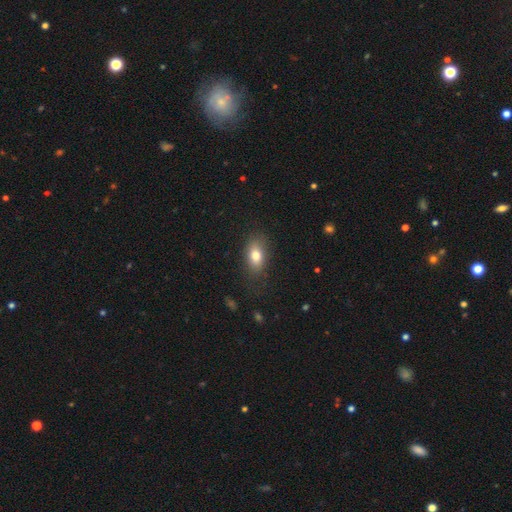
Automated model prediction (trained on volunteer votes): This appears to be a smooth galaxy with no disk features (78%) that is in between round and cigar-shaped (85%). Merging: none (80%).